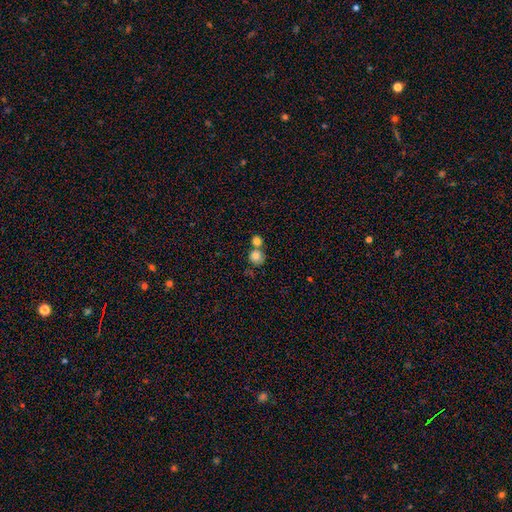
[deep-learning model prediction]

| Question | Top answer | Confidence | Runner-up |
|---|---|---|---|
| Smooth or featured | smooth | 81% | star or artifact (10%) |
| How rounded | round | 86% | in between (13%) |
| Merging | none | 46% | merger (43%) |